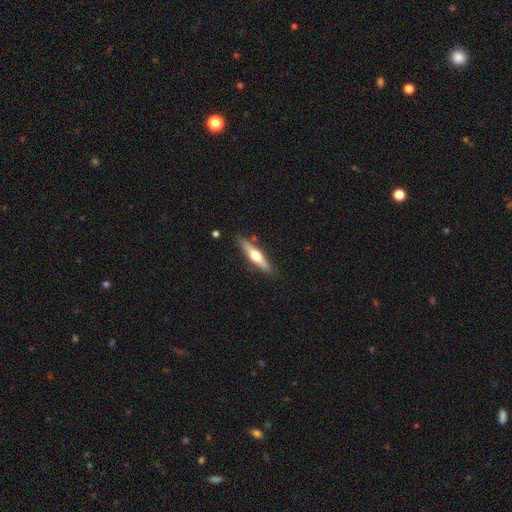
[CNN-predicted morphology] Overall: featured or disk (55%; smooth 40%). Edge-on disk: yes (94%). Edge-on bulge: rounded (93%). Merging: none (85%).